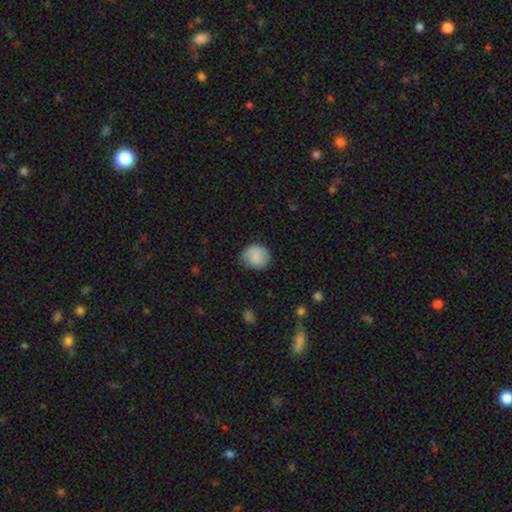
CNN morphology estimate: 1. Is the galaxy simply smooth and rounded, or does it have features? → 80% smooth, 13% featured or disk, 7% star or artifact.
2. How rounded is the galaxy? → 78% round, 21% in between, 1% cigar-shaped.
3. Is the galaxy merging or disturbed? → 62% none, 28% minor disturbance, 8% major disturbance, 1% merger.